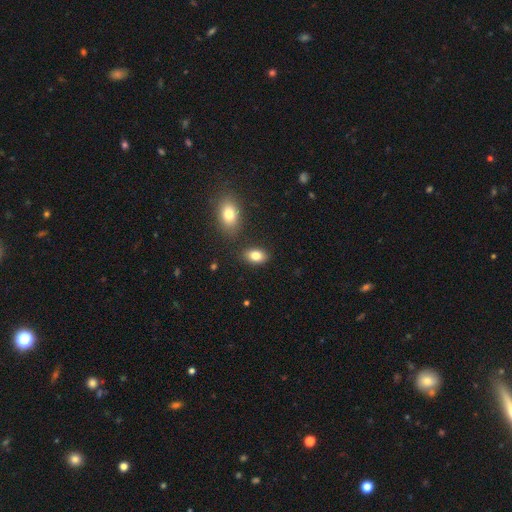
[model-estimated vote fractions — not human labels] The model was most divided on "merging": none: 82%, minor disturbance: 10%, merger: 5%, major disturbance: 3%. More confident: how rounded — in between (87%); smooth or featured — smooth (82%).